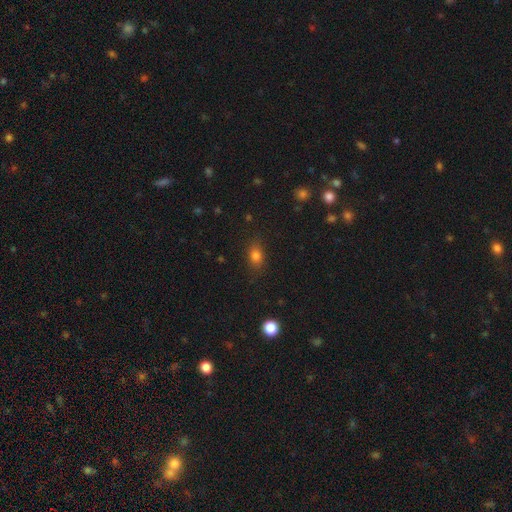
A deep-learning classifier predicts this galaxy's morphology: smooth-or-featured: smooth: 79% | star or artifact: 13% | featured or disk: 8%
  how-rounded: in between: 66% | round: 31% | cigar-shaped: 3%
  merging: none: 81% | minor disturbance: 14% | major disturbance: 4% | merger: 1%